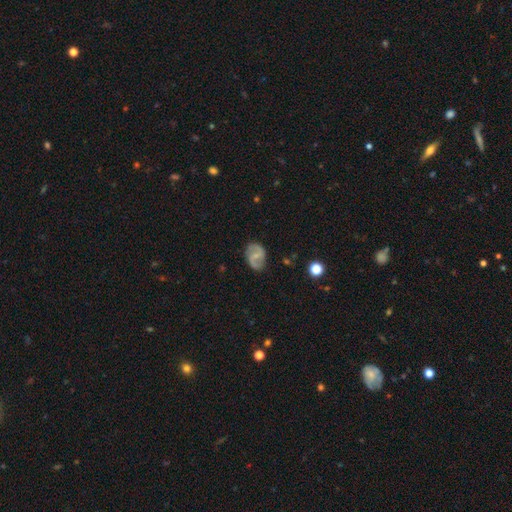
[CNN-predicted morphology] Smooth or featured? Predicted: featured or disk (p=0.73). Edge-on disk? Predicted: no (p=0.97). Bar? Predicted: weak (p=0.52). Spiral arms? Predicted: yes (p=0.89). Spiral winding? Predicted: medium (p=0.46). Spiral arm count? Predicted: 2 (p=0.90). Bulge size? Predicted: small (p=0.60). Merging? Predicted: none (p=0.82).